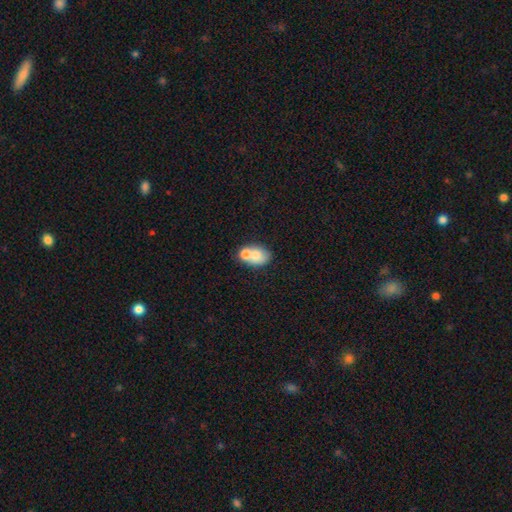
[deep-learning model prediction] smooth-or-featured: smooth: 70% | featured or disk: 21% | star or artifact: 9%
  how-rounded: in between: 66% | round: 33% | cigar-shaped: 1%
  merging: merger: 55% | none: 30% | minor disturbance: 11% | major disturbance: 5%